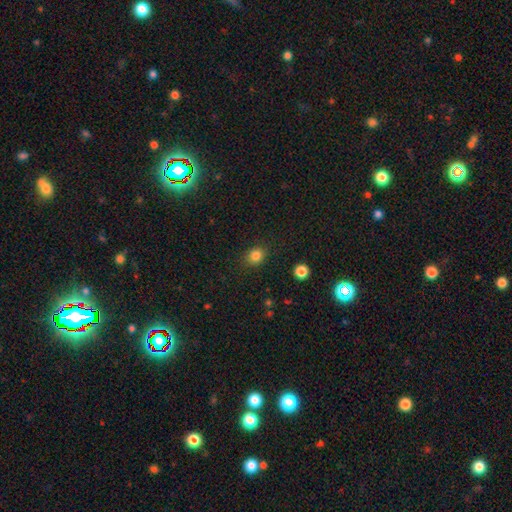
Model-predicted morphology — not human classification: smooth 83%, star or artifact 12%, featured or disk 5%. Down the decision tree: how rounded — round (68%); merging — none (87%).